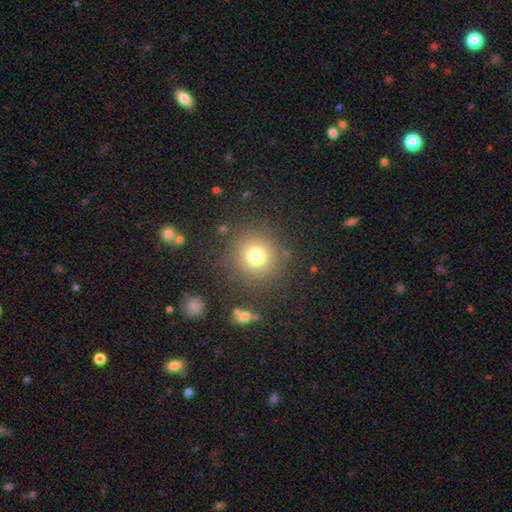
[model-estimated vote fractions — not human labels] Smooth or featured: smooth — 74% (star or artifact — 16%)
How rounded: round — 93% (in between — 6%)
Merging: none — 85% (minor disturbance — 8%)